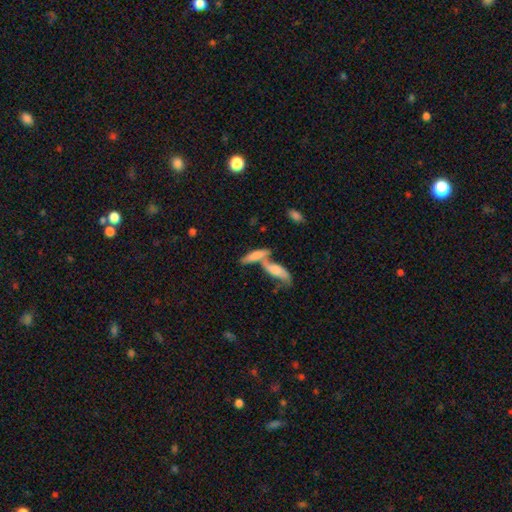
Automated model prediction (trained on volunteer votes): Morphology: type=smooth (60%); roundness=cigar-shaped (62%); merging=merger (58%).